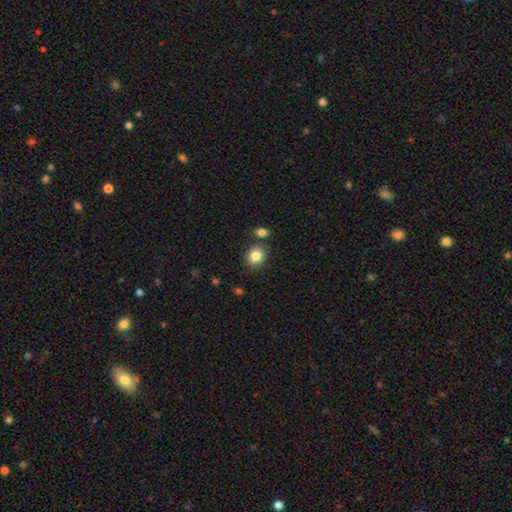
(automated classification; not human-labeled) This appears to be a smooth galaxy with no disk features (84%) that is round (67%). Merging: none (79%).